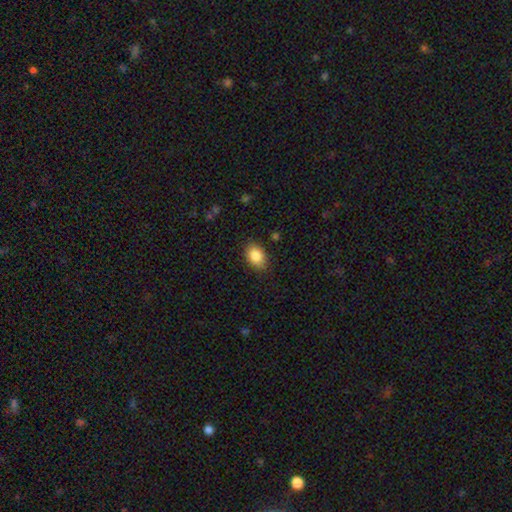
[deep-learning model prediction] Q: Smooth or featured?
A: smooth (87%); runner-up: star or artifact (8%)
Q: How rounded?
A: in between (83%); runner-up: round (15%)
Q: Merging?
A: none (84%); runner-up: minor disturbance (13%)